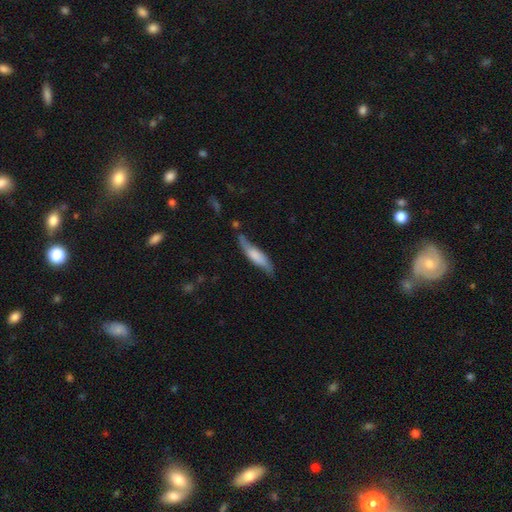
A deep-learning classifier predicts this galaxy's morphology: Q: Smooth or featured?
A: smooth (53%); runner-up: featured or disk (41%)
Q: How rounded?
A: cigar-shaped (72%); runner-up: in between (26%)
Q: Merging?
A: none (59%); runner-up: minor disturbance (28%)